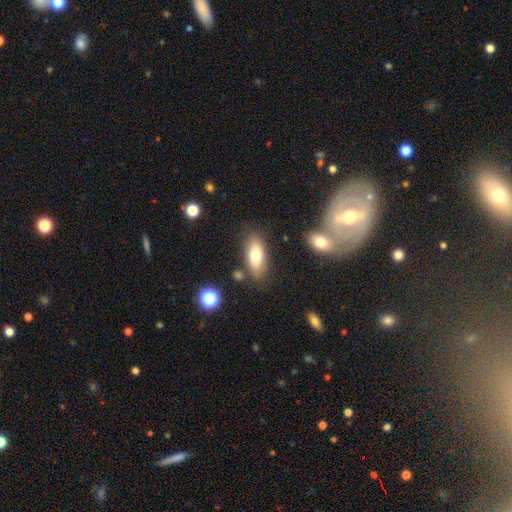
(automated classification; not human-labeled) This appears to be a smooth galaxy with no disk features (73%) that is in between round and cigar-shaped (81%). Merging: none (78%).